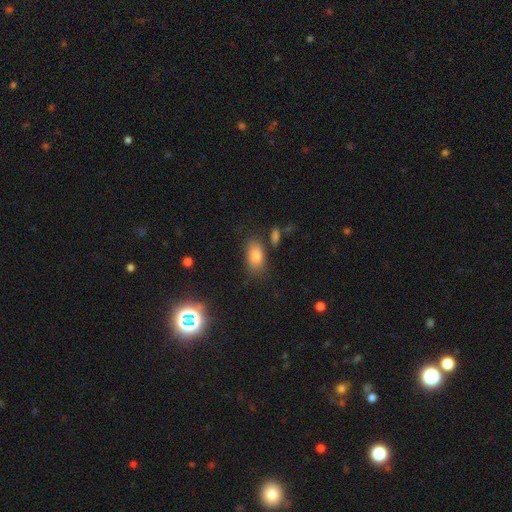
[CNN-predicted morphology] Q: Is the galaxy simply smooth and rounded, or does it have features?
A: smooth — 79%.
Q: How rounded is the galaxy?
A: in between — 89%.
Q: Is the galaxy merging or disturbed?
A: none — 73%.